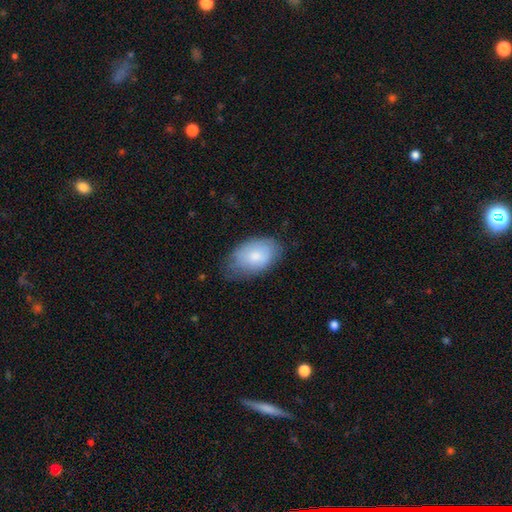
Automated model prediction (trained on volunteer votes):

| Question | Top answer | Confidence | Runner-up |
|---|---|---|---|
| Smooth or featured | smooth | 79% | featured or disk (15%) |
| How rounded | in between | 92% | round (7%) |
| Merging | none | 66% | minor disturbance (27%) |